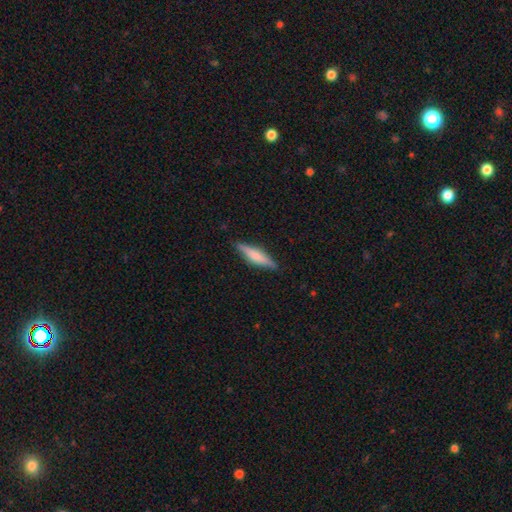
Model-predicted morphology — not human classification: Q: Smooth or featured?
A: smooth (53%); runner-up: featured or disk (42%)
Q: How rounded?
A: cigar-shaped (83%); runner-up: in between (16%)
Q: Merging?
A: none (88%); runner-up: minor disturbance (9%)